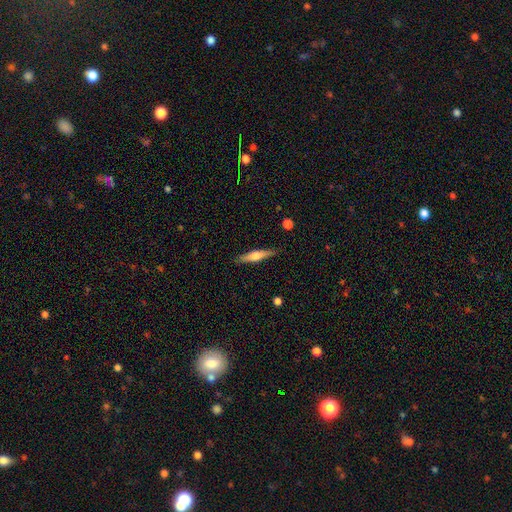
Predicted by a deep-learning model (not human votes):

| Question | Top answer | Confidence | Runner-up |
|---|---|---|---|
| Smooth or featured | featured or disk | 52% | smooth (42%) |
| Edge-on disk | yes | 96% | no (4%) |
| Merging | none | 88% | minor disturbance (9%) |